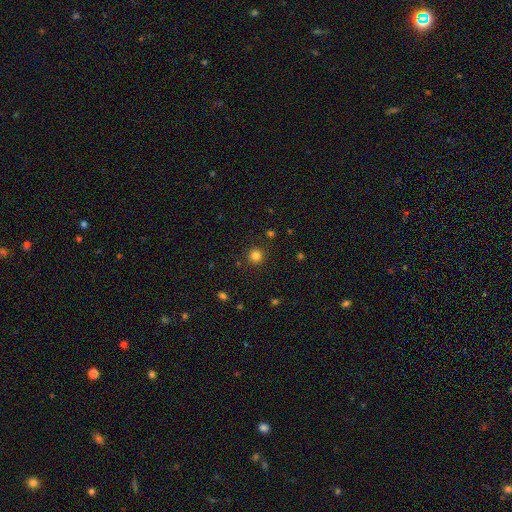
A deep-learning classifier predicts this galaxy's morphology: This appears to be a smooth galaxy with no disk features (82%) that is round (94%). Merging: none (89%).